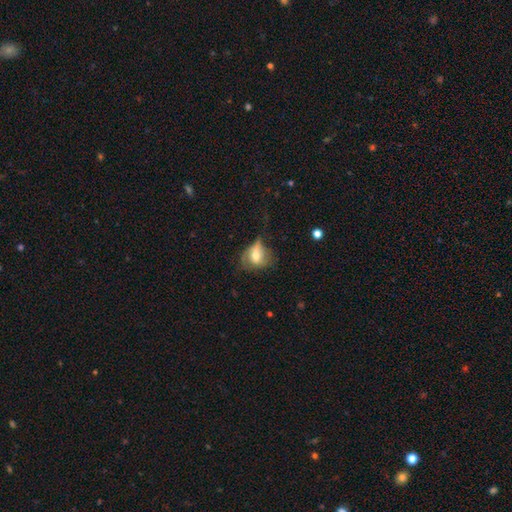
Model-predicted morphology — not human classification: This is likely a smooth galaxy (61%). How rounded: possibly in between (59%). Merging: marginally none (37%).